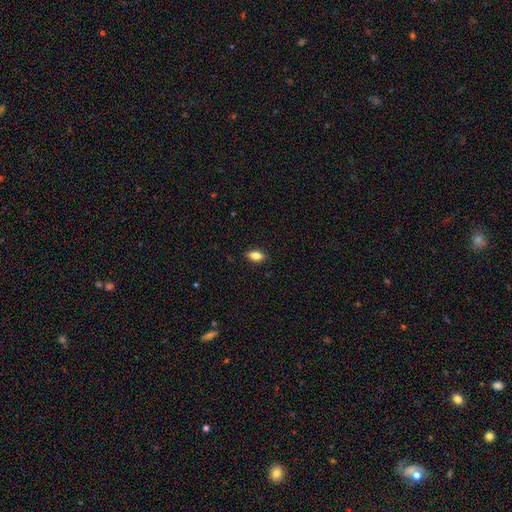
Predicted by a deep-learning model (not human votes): smooth_or_featured: smooth (p=0.74) [alt: featured or disk p=0.17]
how_rounded: in between (p=0.85) [alt: cigar-shaped p=0.10]
merging: none (p=0.87) [alt: minor disturbance p=0.10]